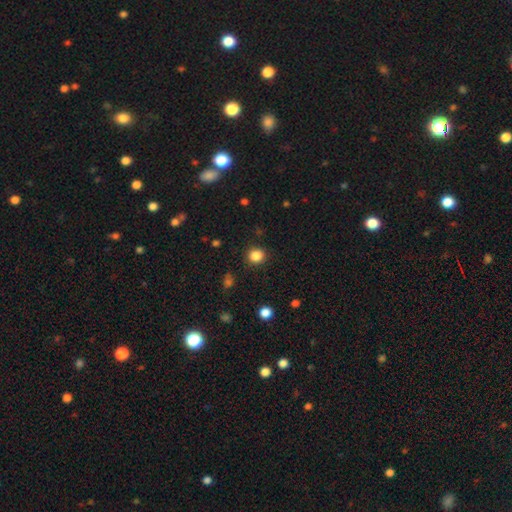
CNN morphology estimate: Smooth or featured? smooth (85%)
How rounded? round (78%)
Merging? none (89%)